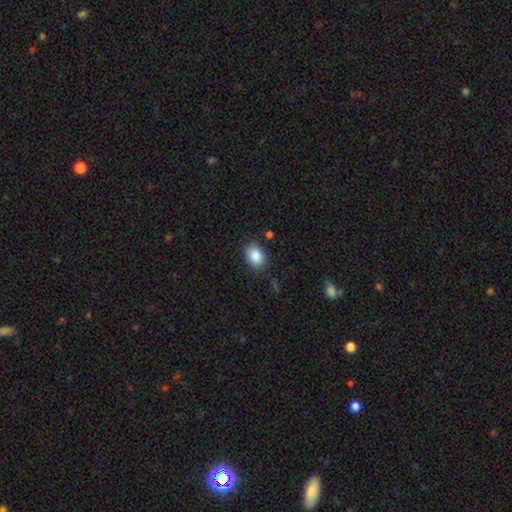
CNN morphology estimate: Smooth or featured? Predicted: smooth (p=0.88). How rounded? Predicted: in between (p=0.80). Merging? Predicted: none (p=0.83).